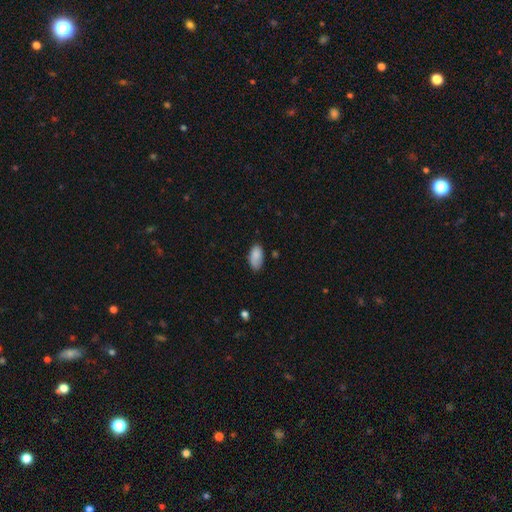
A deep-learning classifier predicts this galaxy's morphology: smooth_or_featured: smooth (p=0.86) [alt: star or artifact p=0.08]
how_rounded: in between (p=0.94) [alt: round p=0.03]
merging: none (p=0.69) [alt: minor disturbance p=0.25]